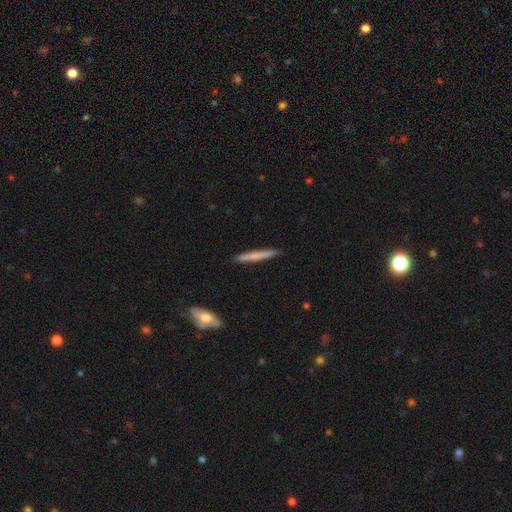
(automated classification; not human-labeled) Morphology: type=smooth (63%); roundness=cigar-shaped (96%); merging=none (91%).